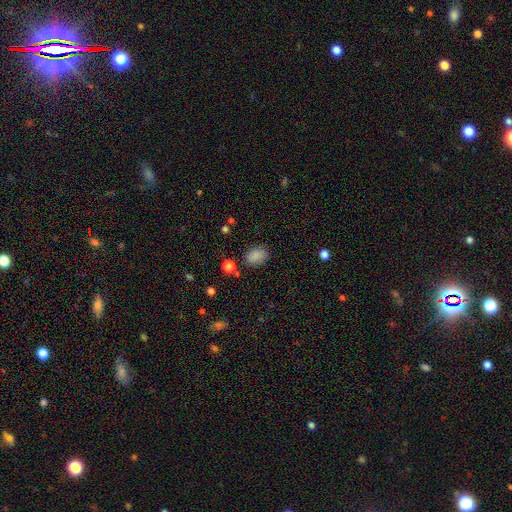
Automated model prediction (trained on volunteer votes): A smooth galaxy with no disk features (85%) that is in between round and cigar-shaped (73%).

Vote fractions:
- Smooth or featured? smooth: 85% / star or artifact: 10% / featured or disk: 5%
- How rounded? in between: 73% / round: 26% / cigar-shaped: 1%
- Merging? none: 79% / minor disturbance: 14% / major disturbance: 4% / merger: 3%